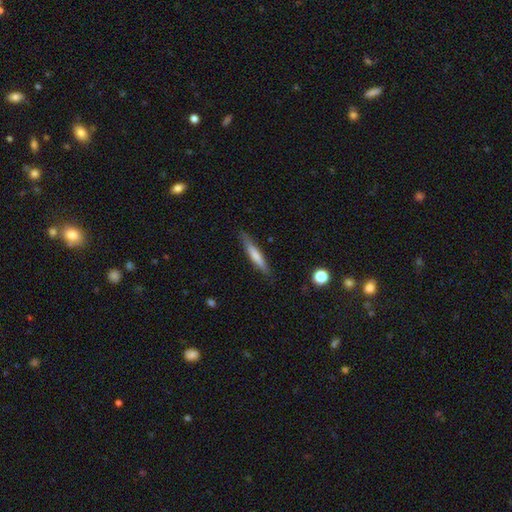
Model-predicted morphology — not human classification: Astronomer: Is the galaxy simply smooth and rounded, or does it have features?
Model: smooth — 67%.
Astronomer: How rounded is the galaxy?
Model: cigar-shaped — 92%.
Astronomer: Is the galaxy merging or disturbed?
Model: none — 85%.